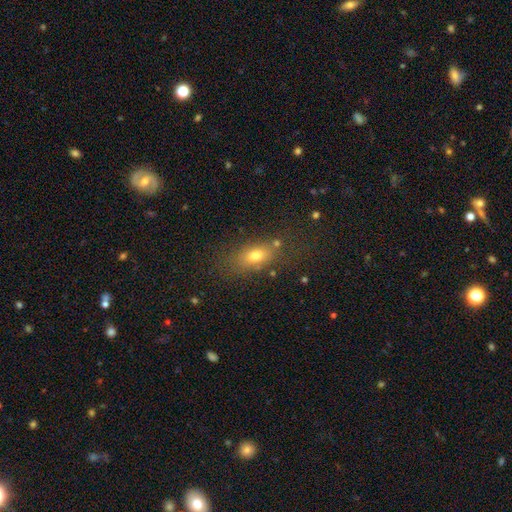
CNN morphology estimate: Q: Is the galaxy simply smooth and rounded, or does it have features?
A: smooth — 73%.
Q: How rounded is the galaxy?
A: in between — 78%.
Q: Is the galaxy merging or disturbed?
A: none — 68%.